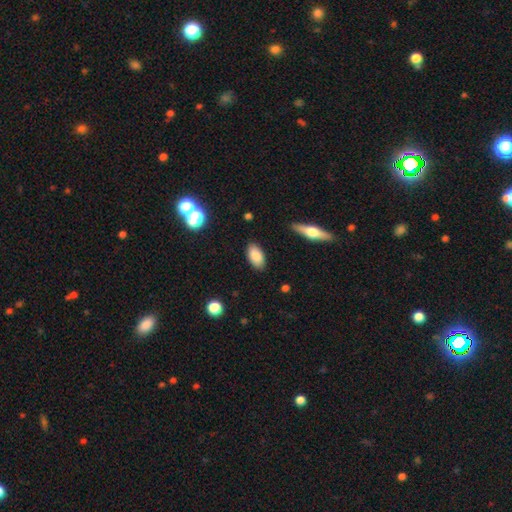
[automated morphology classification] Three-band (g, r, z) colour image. It shows a smooth galaxy with no disk features (84%) that is in between round and cigar-shaped (92%). Merging: none (86%).